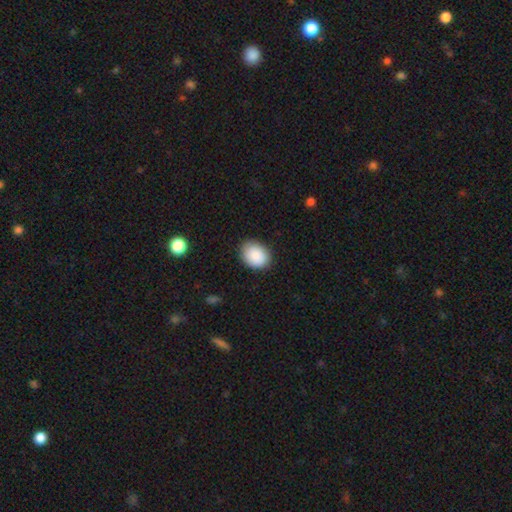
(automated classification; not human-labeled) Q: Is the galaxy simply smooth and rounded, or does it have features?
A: smooth — 88%.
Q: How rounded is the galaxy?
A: in between — 56%.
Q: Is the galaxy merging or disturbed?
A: none — 84%.